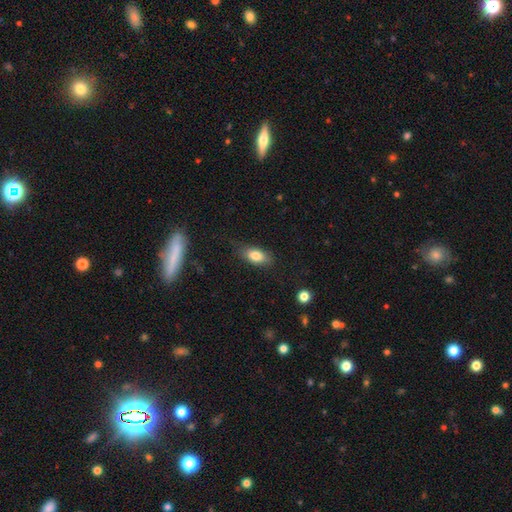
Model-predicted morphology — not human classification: Smooth or featured? Predicted: smooth (p=0.80). How rounded? Predicted: in between (p=0.86). Merging? Predicted: none (p=0.76).